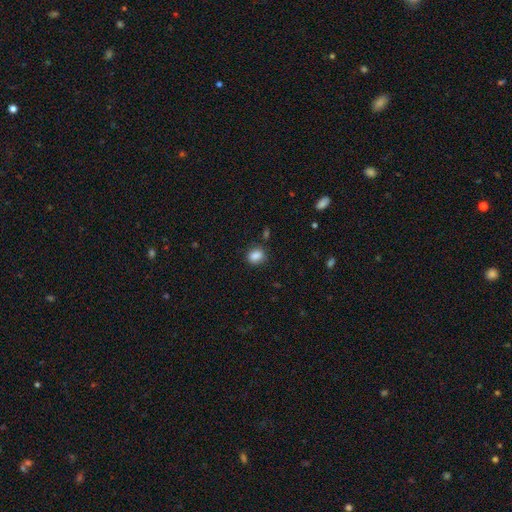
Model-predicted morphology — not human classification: Smooth or featured? smooth (86%)
How rounded? in between (50%)
Merging? none (80%)